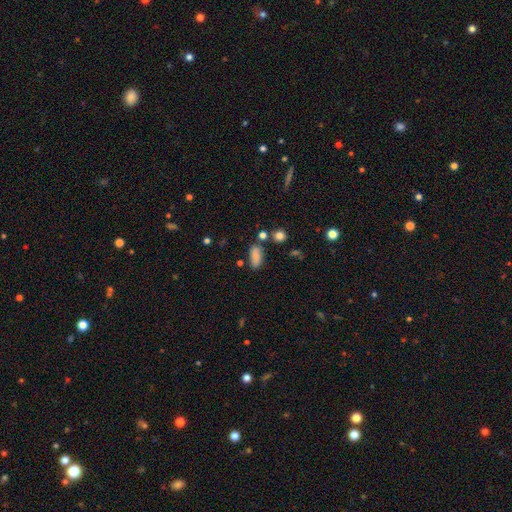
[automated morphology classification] A smooth galaxy with no disk features (80%) that is in between round and cigar-shaped (83%).

Vote fractions:
- Smooth or featured? smooth: 80% / star or artifact: 10% / featured or disk: 10%
- How rounded? in between: 83% / cigar-shaped: 12% / round: 5%
- Merging? none: 66% / minor disturbance: 19% / merger: 9% / major disturbance: 6%